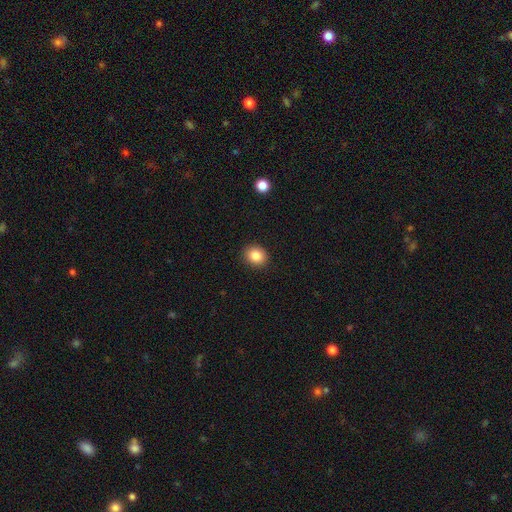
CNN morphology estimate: A smooth galaxy with no disk features (84%) that is round (69%).

Vote fractions:
- Smooth or featured? smooth: 84% / star or artifact: 10% / featured or disk: 6%
- How rounded? round: 69% / in between: 30% / cigar-shaped: 1%
- Merging? none: 91% / minor disturbance: 6% / major disturbance: 2% / merger: 1%